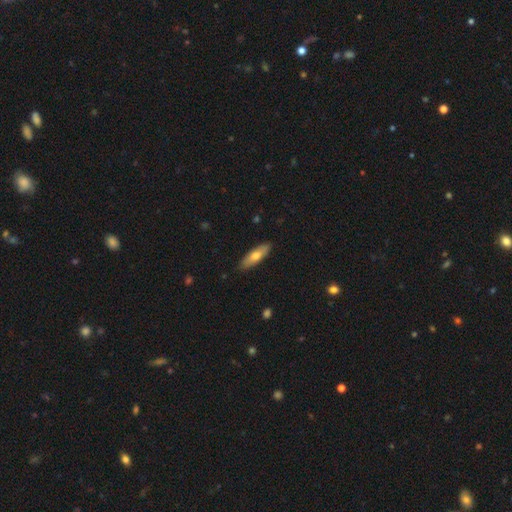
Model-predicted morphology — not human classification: This is likely a smooth galaxy (67%). How rounded: possibly in between (50%). Merging: clearly none (88%).